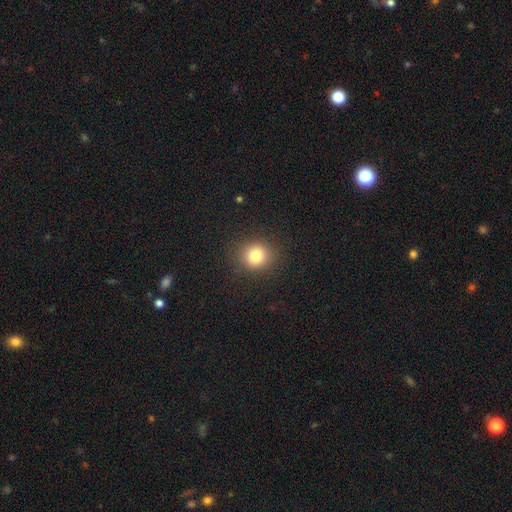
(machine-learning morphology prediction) Smooth or featured? Predicted: smooth (p=0.80). How rounded? Predicted: round (p=0.80). Merging? Predicted: none (p=0.89).